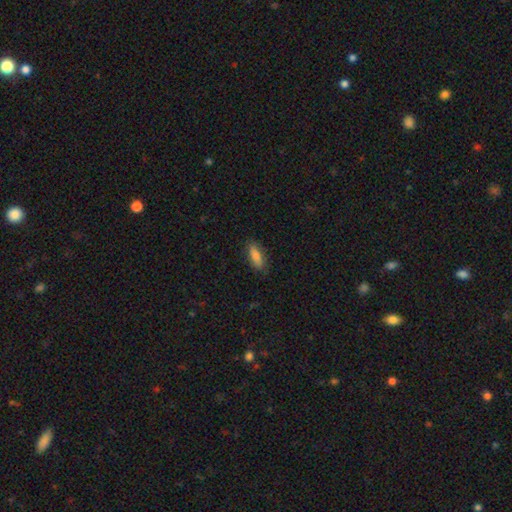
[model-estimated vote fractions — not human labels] Q: Smooth or featured?
A: smooth (83%); runner-up: featured or disk (10%)
Q: How rounded?
A: in between (71%); runner-up: cigar-shaped (27%)
Q: Merging?
A: none (84%); runner-up: minor disturbance (13%)